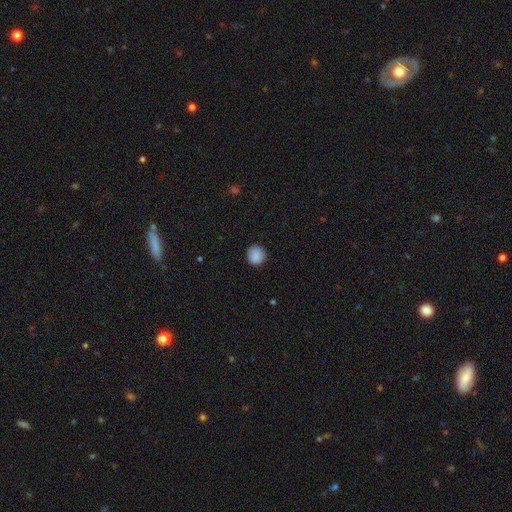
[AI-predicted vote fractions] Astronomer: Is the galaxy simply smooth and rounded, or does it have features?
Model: smooth — 89%.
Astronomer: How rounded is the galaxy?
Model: round — 93%.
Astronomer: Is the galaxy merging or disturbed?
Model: none — 91%.